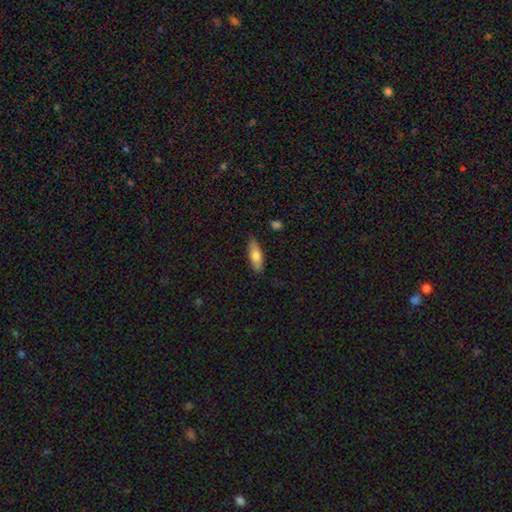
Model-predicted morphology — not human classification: type=smooth (73%); roundness=in between (60%); merging=none (83%).